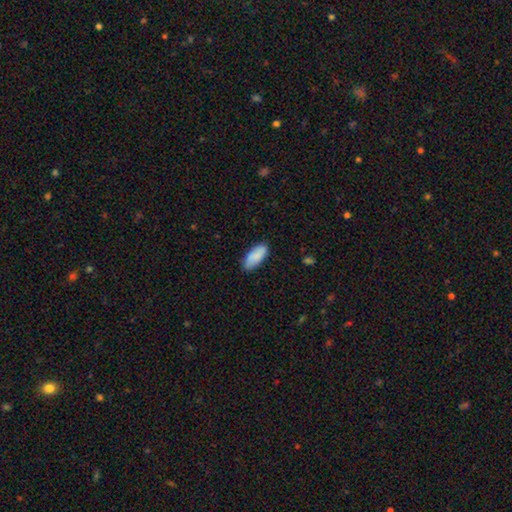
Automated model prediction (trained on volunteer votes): Q: Smooth or featured?
A: smooth (87%); runner-up: featured or disk (7%)
Q: How rounded?
A: in between (84%); runner-up: cigar-shaped (14%)
Q: Merging?
A: none (82%); runner-up: minor disturbance (14%)